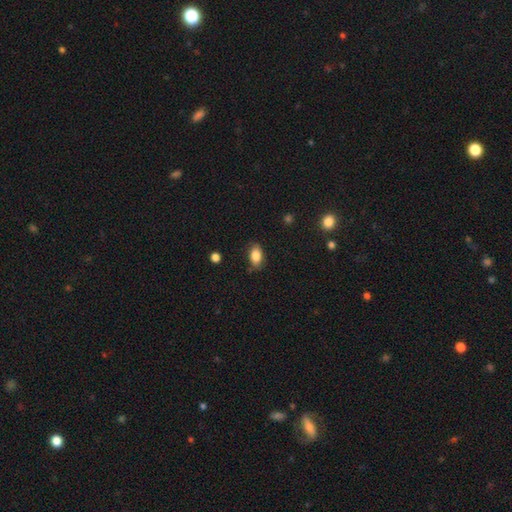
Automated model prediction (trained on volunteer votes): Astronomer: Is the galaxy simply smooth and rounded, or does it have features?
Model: smooth — 85%.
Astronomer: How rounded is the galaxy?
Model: in between — 89%.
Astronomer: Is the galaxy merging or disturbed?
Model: none — 80%.